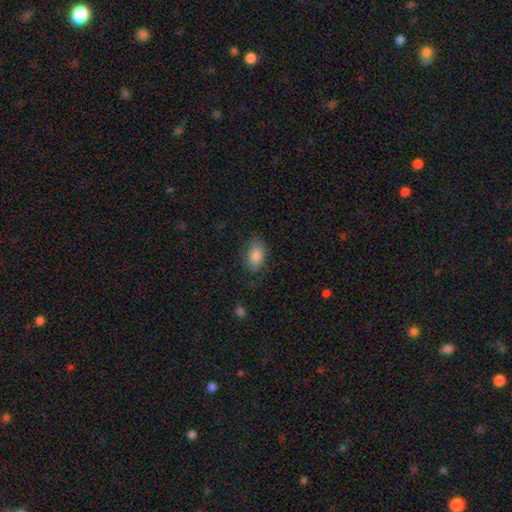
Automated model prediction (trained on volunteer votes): Overall: smooth (81%). How rounded: in between (91%). Merging: none (70%).